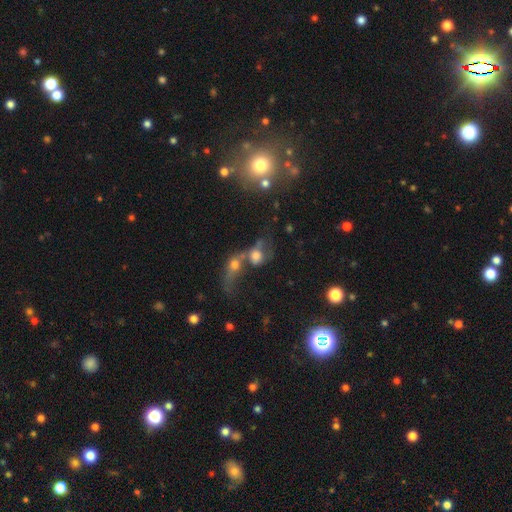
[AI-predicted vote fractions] Smooth or featured? Predicted: smooth (p=0.56). How rounded? Predicted: round (p=0.48, tied with in between). Merging? Predicted: merger (p=0.73).